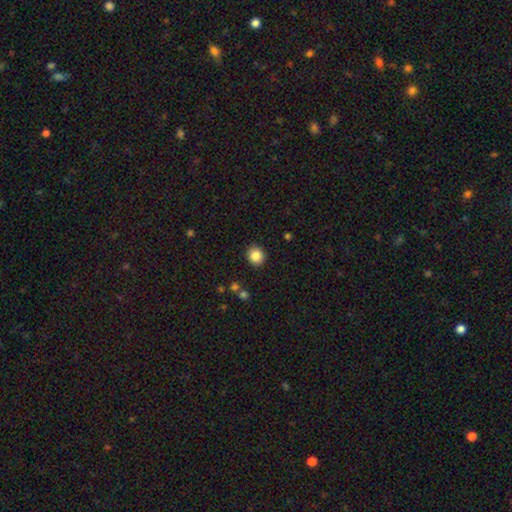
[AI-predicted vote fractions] This appears to be a smooth galaxy with no disk features (85%) that is round (85%). Merging: none (90%).